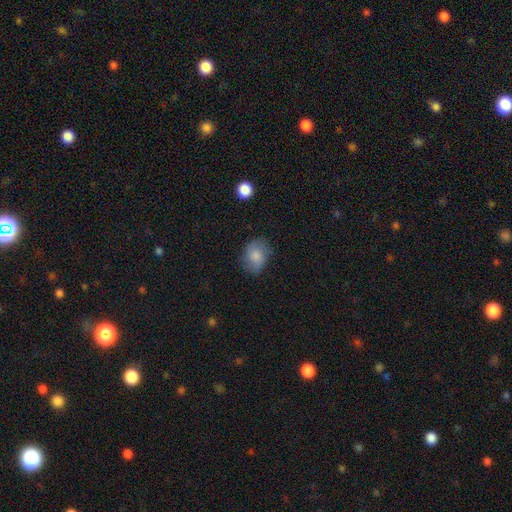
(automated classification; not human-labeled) Smooth or featured?
  - smooth: 73% *
  - featured or disk: 18%
  - star or artifact: 9%
How rounded?
  - in between: 59% *
  - round: 40%
  - cigar-shaped: 1%
Merging?
  - none: 65% *
  - minor disturbance: 26%
  - major disturbance: 8%
  - merger: 1%